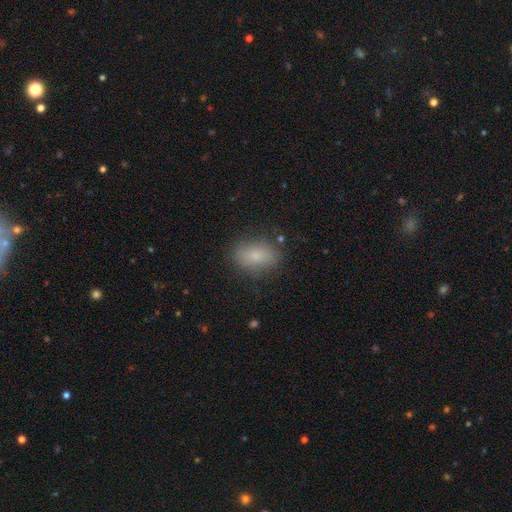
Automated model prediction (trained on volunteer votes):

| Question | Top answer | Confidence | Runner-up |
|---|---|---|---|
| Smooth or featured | smooth | 79% | featured or disk (11%) |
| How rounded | in between | 83% | round (14%) |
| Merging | none | 81% | minor disturbance (13%) |